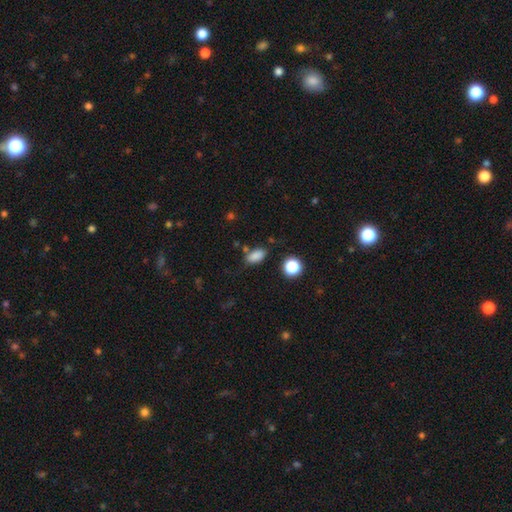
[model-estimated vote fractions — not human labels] Overall: smooth (84%). How rounded: in between (85%). Merging: none (73%).